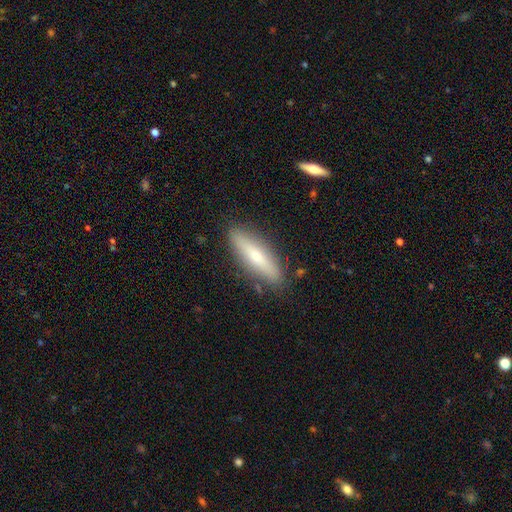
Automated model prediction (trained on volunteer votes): Smooth or featured: smooth — 54% (featured or disk — 39%)
How rounded: cigar-shaped — 71% (in between — 27%)
Merging: none — 85% (minor disturbance — 11%)